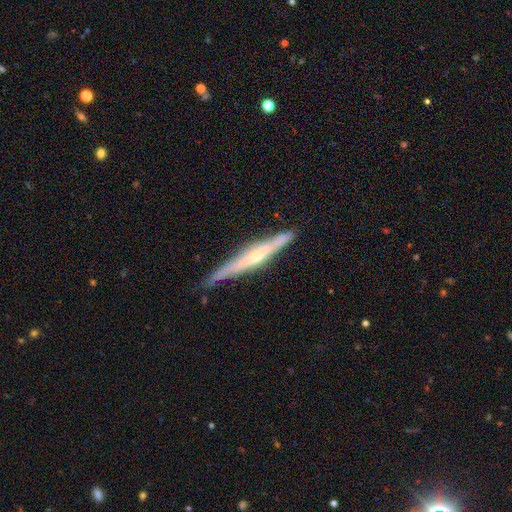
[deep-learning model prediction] A featured or disk galaxy (72%) viewed edge-on (95%) with a rounded central bulge (59%).

Vote fractions:
- Smooth or featured? featured or disk: 72% / smooth: 22% / star or artifact: 6%
- Edge-on disk? yes: 95% / no: 5%
- Edge-on bulge? rounded: 59% / none: 27% / boxy: 13%
- Merging? none: 74% / minor disturbance: 21% / major disturbance: 3% / merger: 2%